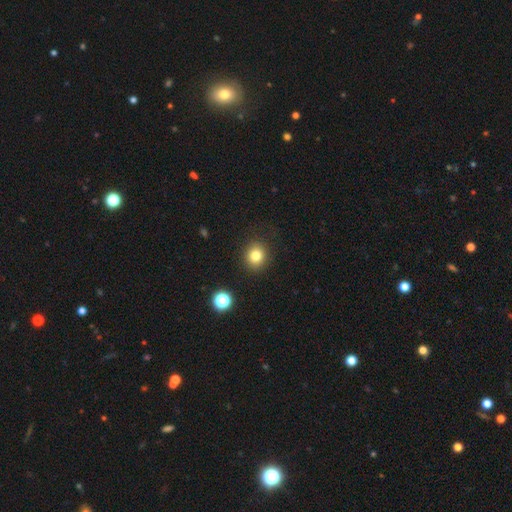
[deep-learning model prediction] Smooth or featured?
  - smooth: 80% *
  - star or artifact: 13%
  - featured or disk: 7%
How rounded?
  - round: 81% *
  - in between: 18%
  - cigar-shaped: 1%
Merging?
  - none: 89% *
  - minor disturbance: 7%
  - major disturbance: 3%
  - merger: 1%